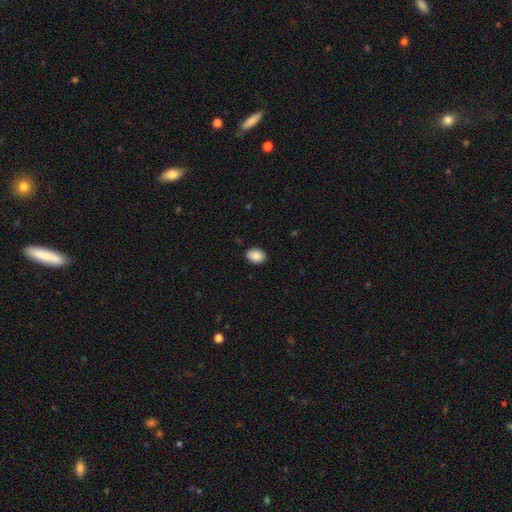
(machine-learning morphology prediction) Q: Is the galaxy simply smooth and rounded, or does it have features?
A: smooth — 89%.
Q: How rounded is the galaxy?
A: in between — 77%.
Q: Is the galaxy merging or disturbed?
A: none — 89%.